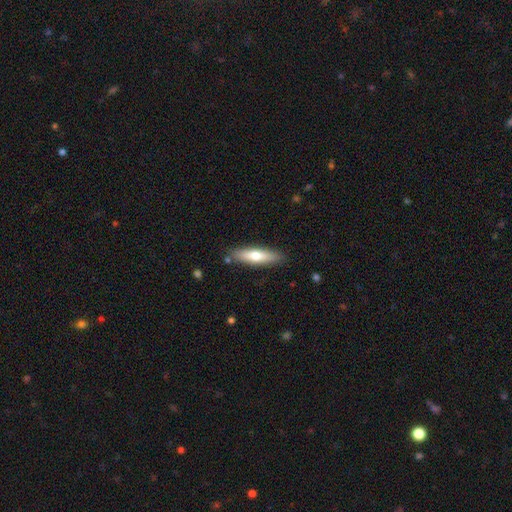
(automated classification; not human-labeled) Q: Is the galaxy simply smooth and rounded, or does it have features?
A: smooth — 60%.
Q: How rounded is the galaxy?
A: cigar-shaped — 69%.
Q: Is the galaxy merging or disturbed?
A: none — 86%.